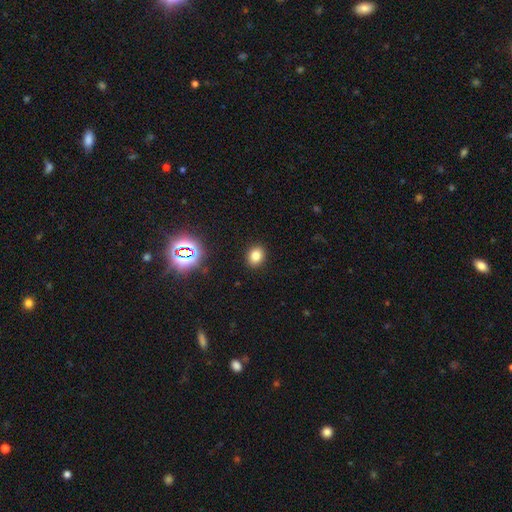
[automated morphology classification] This appears to be a smooth galaxy with no disk features (79%) that is round (52%). Merging: none (90%).